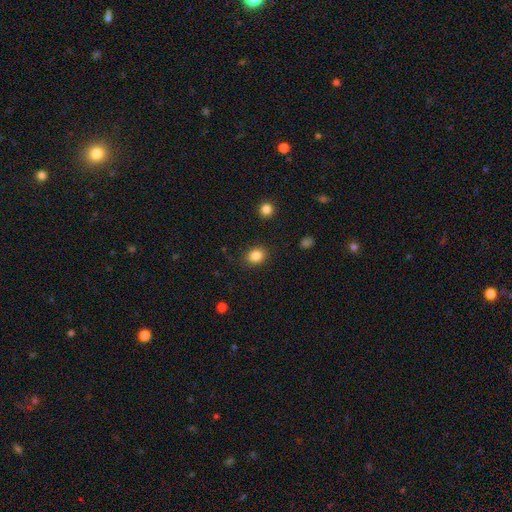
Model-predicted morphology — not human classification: This appears to be a smooth galaxy with no disk features (85%) that is round (51%). Merging: none (86%).